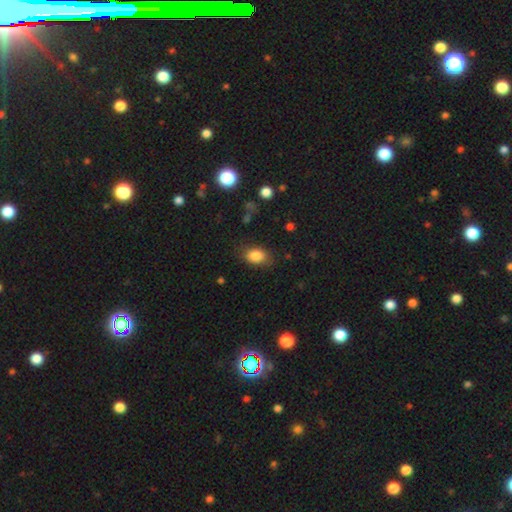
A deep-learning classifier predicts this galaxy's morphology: This is clearly a smooth galaxy (84%). How rounded: clearly in between (81%). Merging: likely none (76%).